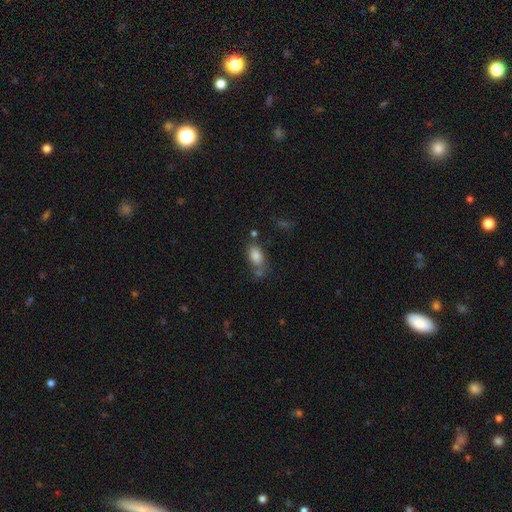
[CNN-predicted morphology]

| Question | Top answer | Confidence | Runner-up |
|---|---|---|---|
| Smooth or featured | smooth | 82% | star or artifact (9%) |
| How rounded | in between | 87% | round (9%) |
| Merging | none | 53% | minor disturbance (22%) |